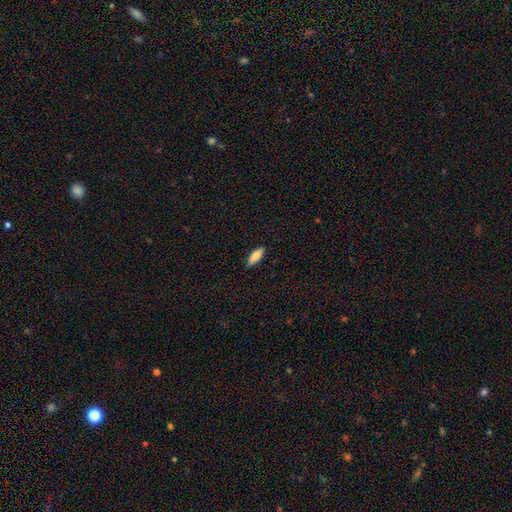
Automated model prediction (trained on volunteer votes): A smooth galaxy with no disk features (79%) that is in between round and cigar-shaped (64%). Merging: none (87%).